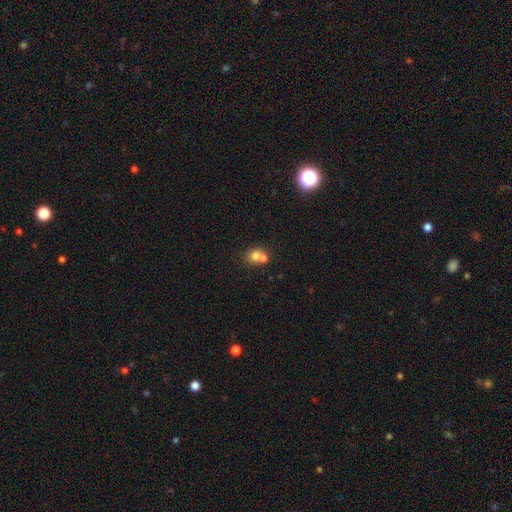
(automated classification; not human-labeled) This is likely a smooth galaxy (72%). How rounded: likely round (72%). Merging: possibly merger (58%).